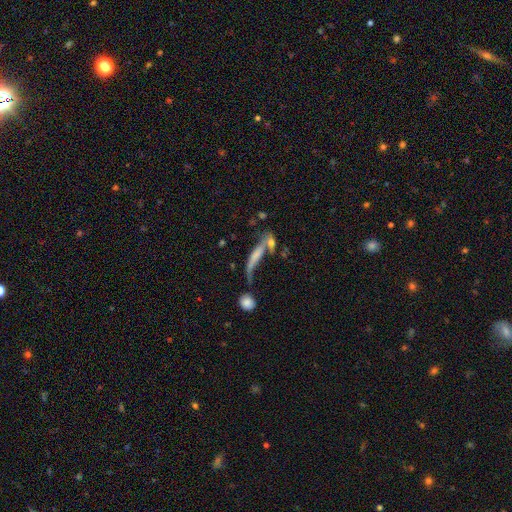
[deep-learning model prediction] smooth-or-featured: smooth: 50% | featured or disk: 38% | star or artifact: 11%
  how-rounded: cigar-shaped: 76% | in between: 20% | round: 4%
  merging: merger: 35% | none: 30% | major disturbance: 20% | minor disturbance: 15%